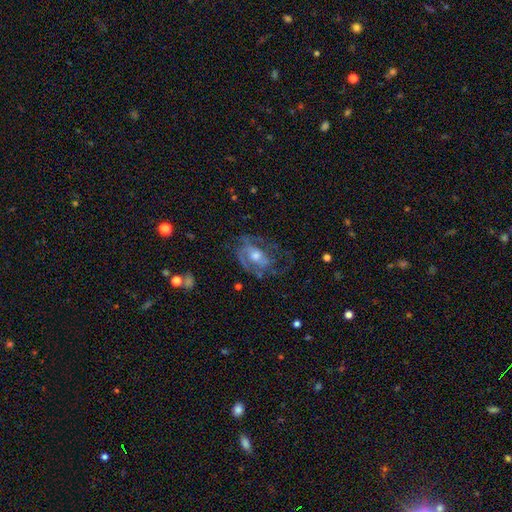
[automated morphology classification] This appears to be a featured or disk galaxy (75%) with no bar (57%), 2 (36%) medium (43%) spiral arms (74%) and a moderate central bulge (62%). Merging: none (49%).